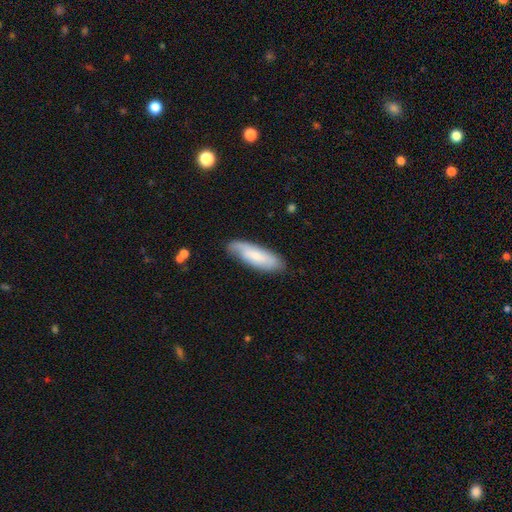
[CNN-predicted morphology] This appears to be a smooth galaxy with no disk features (61%) that is in between round and cigar-shaped (57%). Merging: none (74%).